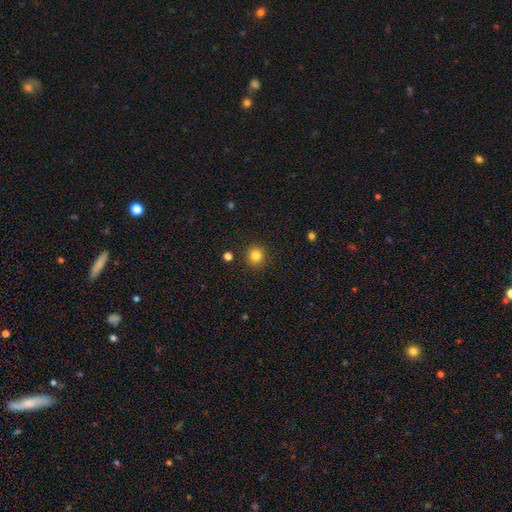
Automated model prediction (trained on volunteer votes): Smooth or featured: smooth — 82% (star or artifact — 13%)
How rounded: round — 93% (in between — 6%)
Merging: none — 91% (minor disturbance — 5%)